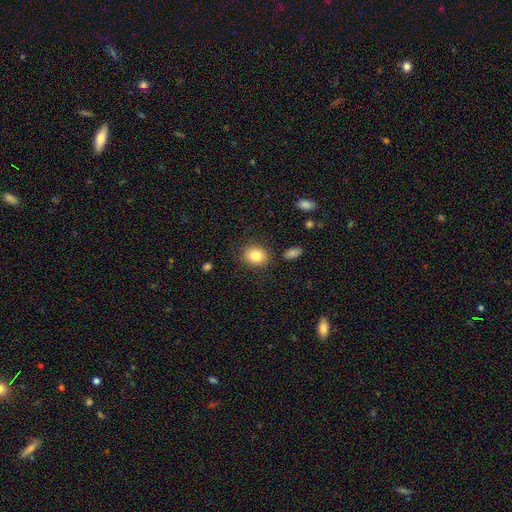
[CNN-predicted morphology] This is clearly a smooth galaxy (83%). How rounded: possibly round (58%). Merging: clearly none (85%).